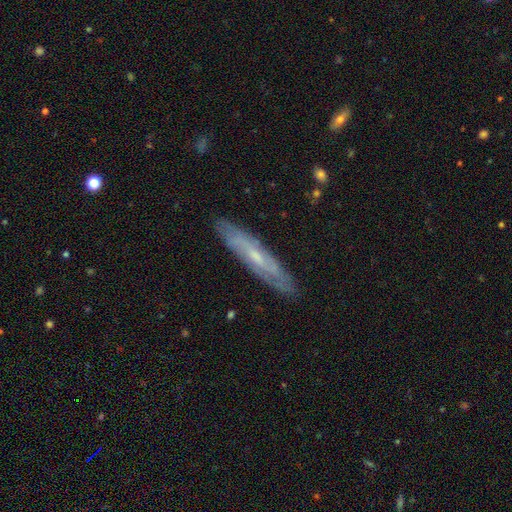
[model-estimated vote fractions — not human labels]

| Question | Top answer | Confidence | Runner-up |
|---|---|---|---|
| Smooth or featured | featured or disk | 63% | smooth (30%) |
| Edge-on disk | yes | 60% | no (40%) |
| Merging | none | 86% | minor disturbance (11%) |